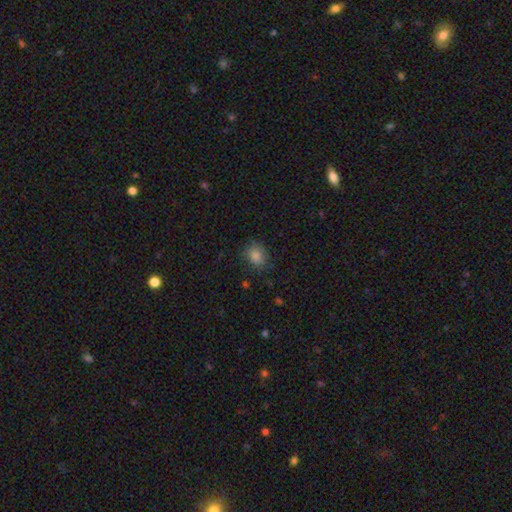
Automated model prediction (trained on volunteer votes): The model was most divided on "how rounded": round: 56%, in between: 43%, cigar-shaped: 1%. More confident: smooth or featured — smooth (81%); merging — none (81%).